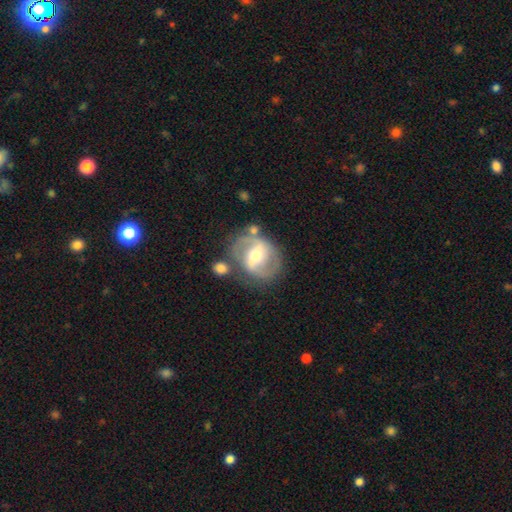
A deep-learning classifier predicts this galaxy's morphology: This is likely a featured or disk galaxy (78%). It is clearly not viewed edge-on (96%). Bar: possibly strong (50%). Spiral arm pattern: clearly yes (80%). Spiral arm count: clearly 2 (84%). Spiral winding: possibly medium (49%). Central bulge: likely moderate (68%). Merging: likely none (67%).